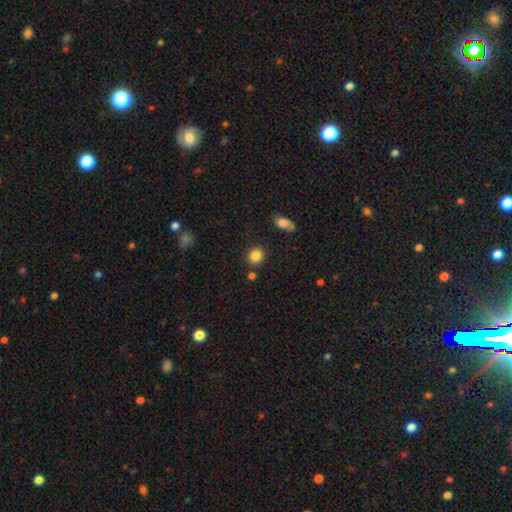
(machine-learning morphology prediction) type=smooth (85%); roundness=round (77%); merging=none (84%).